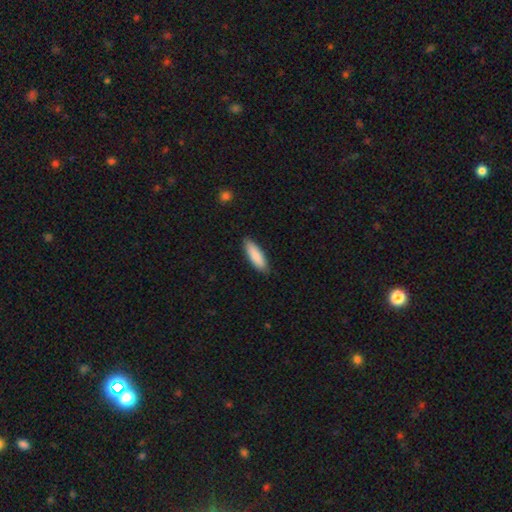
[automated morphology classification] Q: Smooth or featured?
A: smooth (88%); runner-up: featured or disk (7%)
Q: How rounded?
A: cigar-shaped (51%); runner-up: in between (48%)
Q: Merging?
A: none (85%); runner-up: minor disturbance (12%)